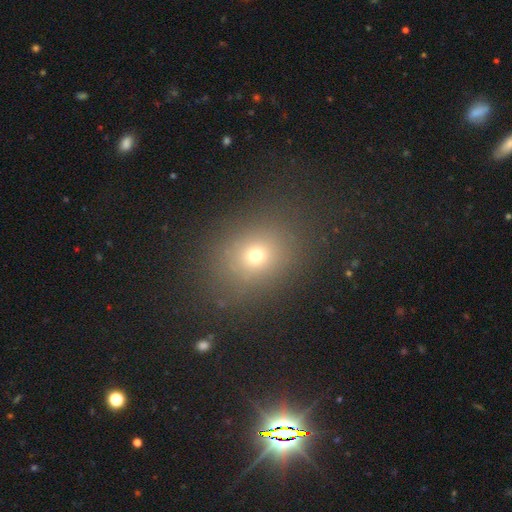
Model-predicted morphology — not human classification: This is likely a smooth galaxy (68%). How rounded: possibly round (59%). Merging: clearly none (81%).